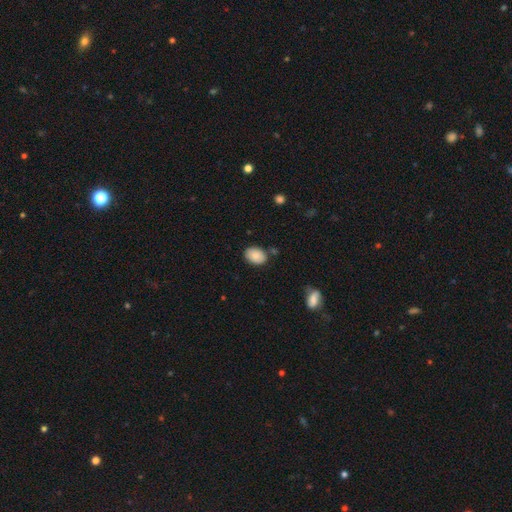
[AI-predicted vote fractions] Smooth or featured? Predicted: smooth (p=0.84). How rounded? Predicted: in between (p=0.82). Merging? Predicted: none (p=0.77).